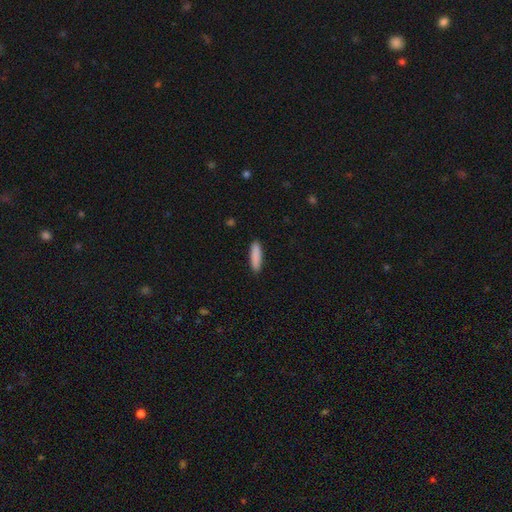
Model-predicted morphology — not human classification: Smooth or featured?
  - smooth: 88% *
  - featured or disk: 6%
  - star or artifact: 6%
How rounded?
  - cigar-shaped: 73% *
  - in between: 25%
  - round: 1%
Merging?
  - none: 90% *
  - minor disturbance: 7%
  - major disturbance: 2%
  - merger: 1%